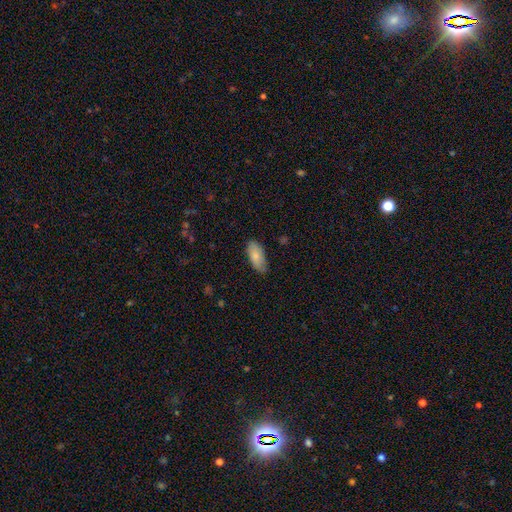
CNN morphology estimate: Overall: smooth (83%). How rounded: in between (89%). Merging: none (80%).